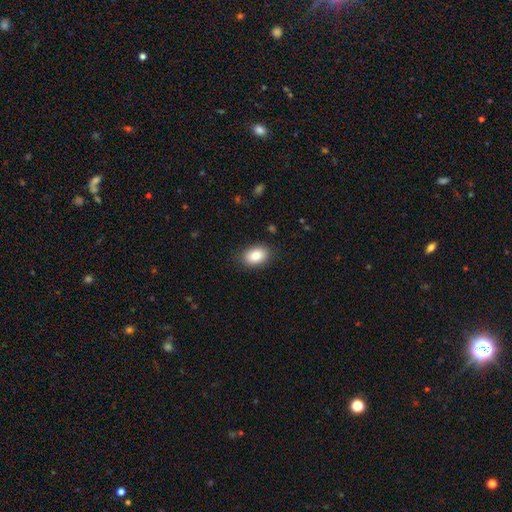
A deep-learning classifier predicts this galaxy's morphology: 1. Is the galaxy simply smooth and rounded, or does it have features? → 85% smooth, 8% star or artifact, 8% featured or disk.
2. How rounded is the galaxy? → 83% in between, 15% round, 1% cigar-shaped.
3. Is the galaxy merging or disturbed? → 85% none, 11% minor disturbance, 3% major disturbance, 1% merger.